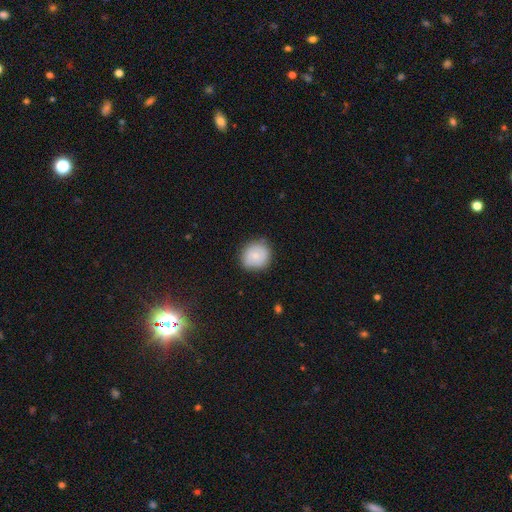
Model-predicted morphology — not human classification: The model was most divided on "smooth or featured": smooth: 73%, featured or disk: 20%, star or artifact: 7%. More confident: how rounded — round (84%); merging — none (81%).